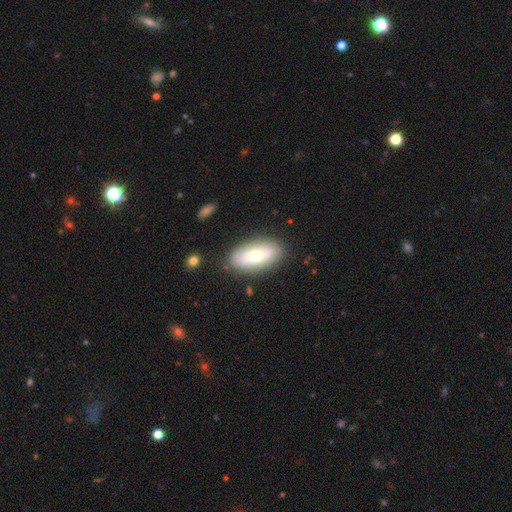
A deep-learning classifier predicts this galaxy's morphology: Smooth or featured? Predicted: smooth (p=0.65). How rounded? Predicted: in between (p=0.90). Merging? Predicted: none (p=0.83).